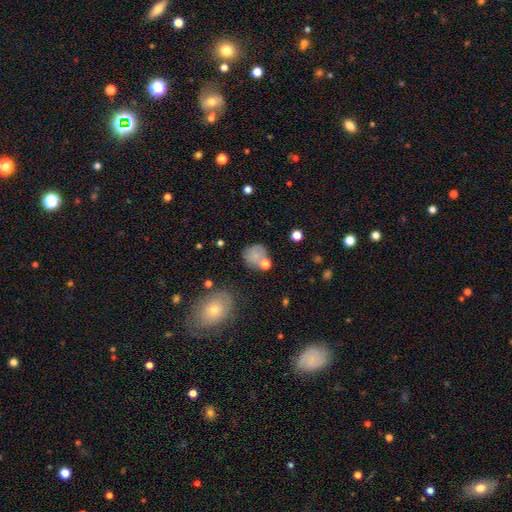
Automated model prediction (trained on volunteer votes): Smooth or featured? Predicted: smooth (p=0.72). How rounded? Predicted: round (p=0.80). Merging? Predicted: none (p=0.60).